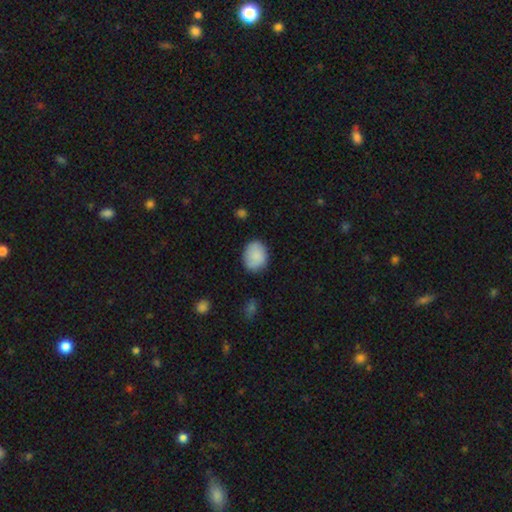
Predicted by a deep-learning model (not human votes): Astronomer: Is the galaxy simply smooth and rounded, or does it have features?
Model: smooth — 86%.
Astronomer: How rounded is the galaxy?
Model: in between — 51% (runner-up: round, 48%).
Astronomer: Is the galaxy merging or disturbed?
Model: none — 79%.